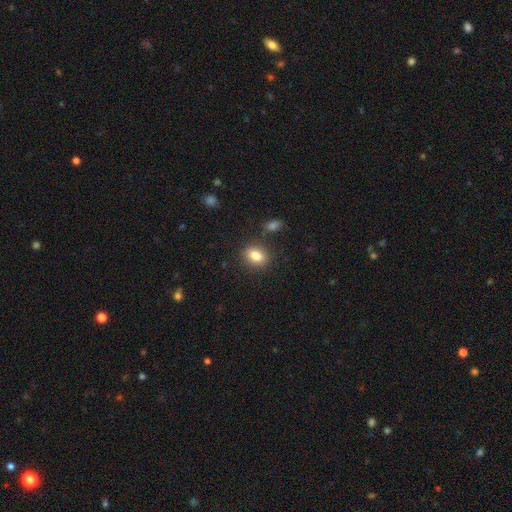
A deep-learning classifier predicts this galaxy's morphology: smooth 83%, star or artifact 9%, featured or disk 7%. Down the decision tree: how rounded — in between (61%); merging — none (85%).